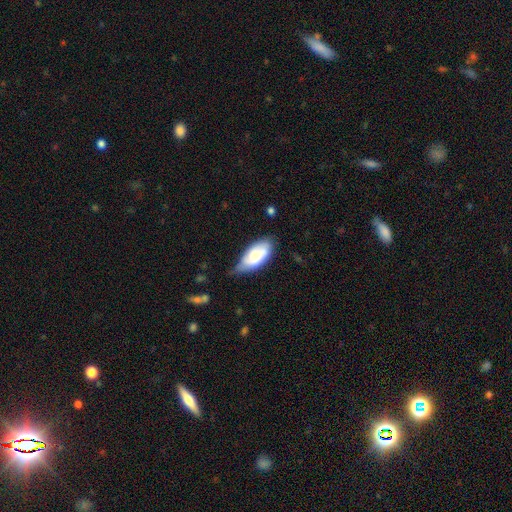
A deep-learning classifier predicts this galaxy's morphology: Smooth or featured? Predicted: smooth (p=0.65). How rounded? Predicted: in between (p=0.90). Merging? Predicted: none (p=0.45).